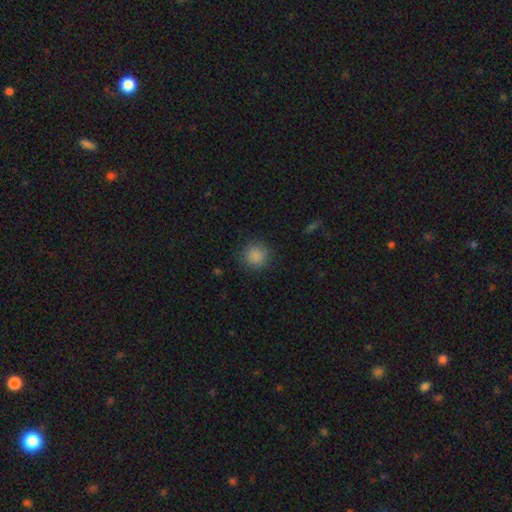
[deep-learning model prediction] Morphology: type=smooth (86%); roundness=round (93%); merging=none (88%).